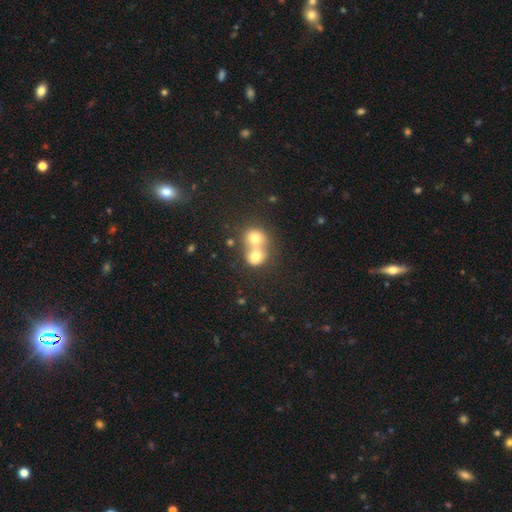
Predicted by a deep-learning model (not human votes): Smooth or featured: smooth — 69% (featured or disk — 20%)
How rounded: round — 67% (in between — 32%)
Merging: merger — 72% (none — 20%)